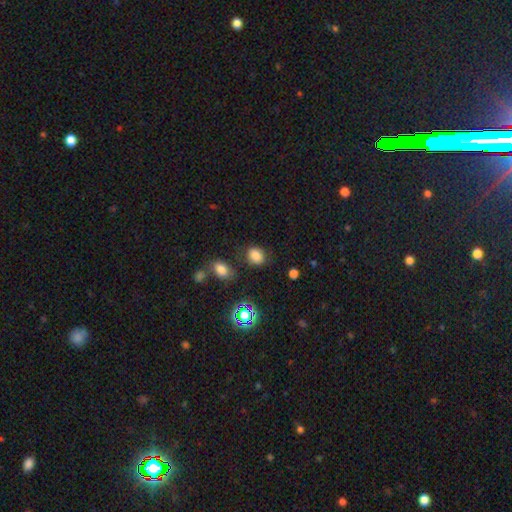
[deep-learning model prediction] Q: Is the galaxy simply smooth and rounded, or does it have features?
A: smooth — 80%.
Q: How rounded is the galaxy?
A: in between — 53%.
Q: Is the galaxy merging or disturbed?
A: none — 77%.